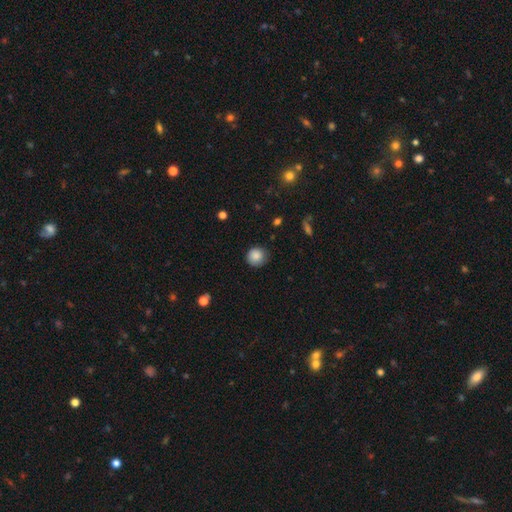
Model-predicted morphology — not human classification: Overall: smooth (86%). How rounded: round (92%). Merging: none (82%).